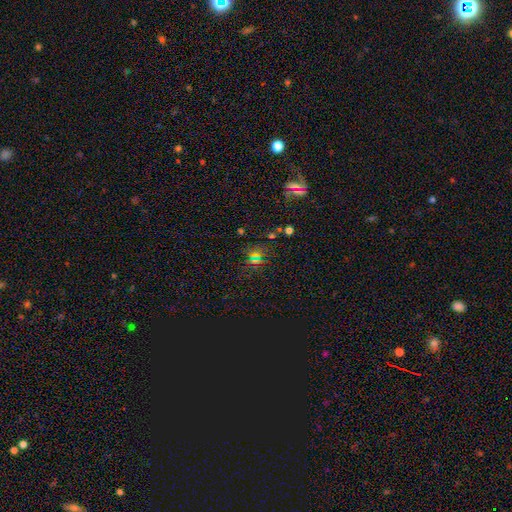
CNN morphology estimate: A star or artifact, not a galaxy (57%).